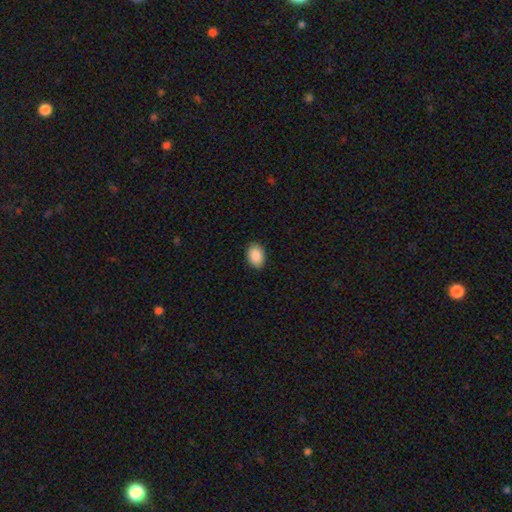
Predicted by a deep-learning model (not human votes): The model was most divided on "how rounded": in between: 78%, round: 21%, cigar-shaped: 1%. More confident: smooth or featured — smooth (90%); merging — none (88%).